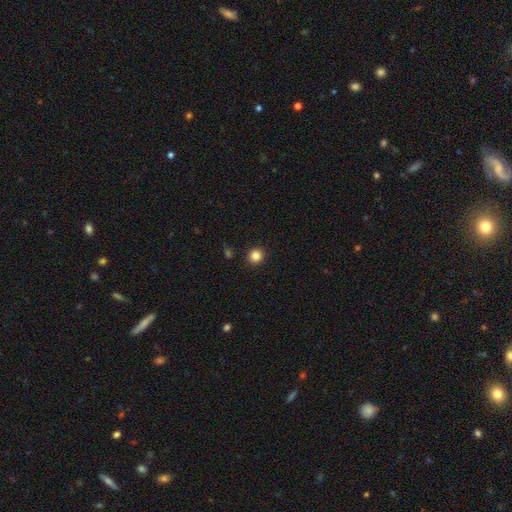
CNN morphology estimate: Overall: smooth (85%). How rounded: round (93%). Merging: none (92%).